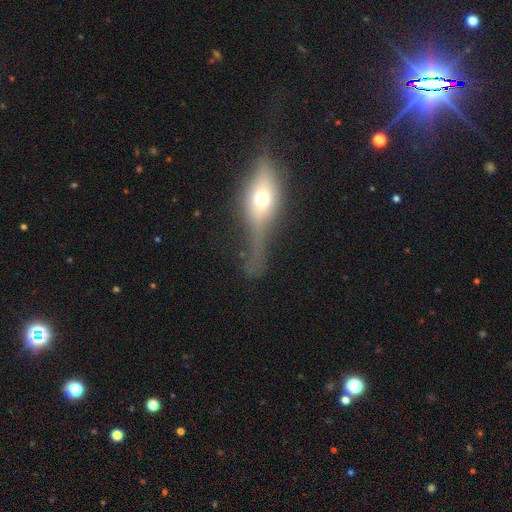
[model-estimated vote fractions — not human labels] Smooth or featured: featured or disk — 58% (smooth — 26%)
Edge-on disk: yes — 75% (no — 25%)
Merging: none — 46% (minor disturbance — 28%)